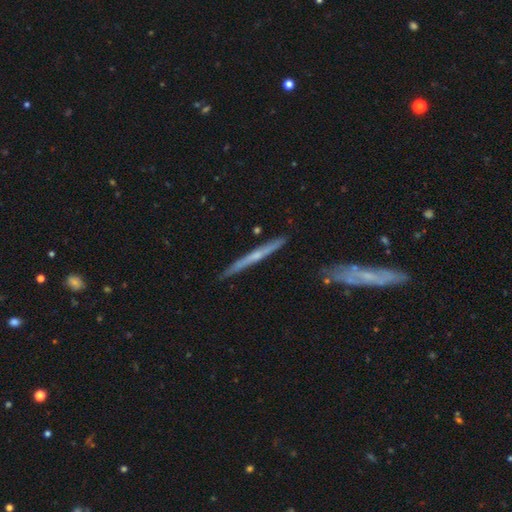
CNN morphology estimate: smooth-or-featured: featured or disk: 66% | smooth: 28% | star or artifact: 6%
  disk-edge-on: yes: 97% | no: 3%
    edge-on-bulge: none: 51% | rounded: 44% | boxy: 5%
  merging: none: 87% | minor disturbance: 10% | merger: 2% | major disturbance: 2%